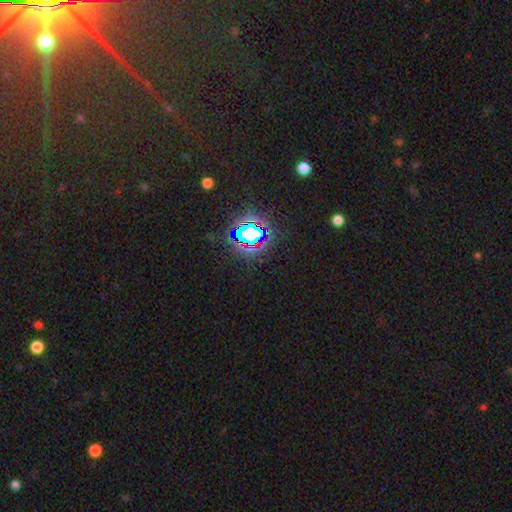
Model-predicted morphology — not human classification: A star or artifact, not a galaxy (78%).

Vote fractions:
- Smooth or featured? star or artifact: 78% / smooth: 12% / featured or disk: 9%